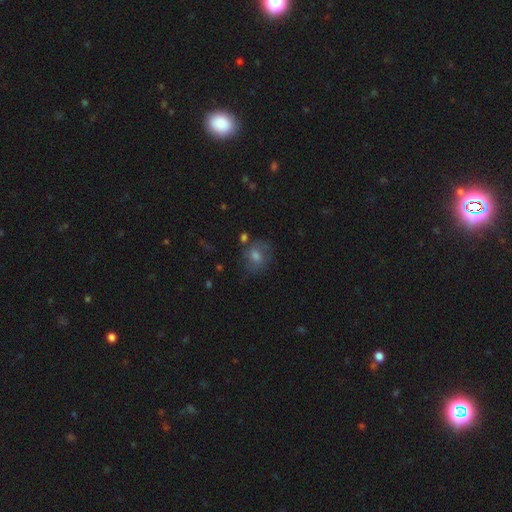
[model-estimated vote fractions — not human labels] smooth 52%, featured or disk 30%, star or artifact 19%. Down the decision tree: how rounded — round (61%); merging — none (68%).